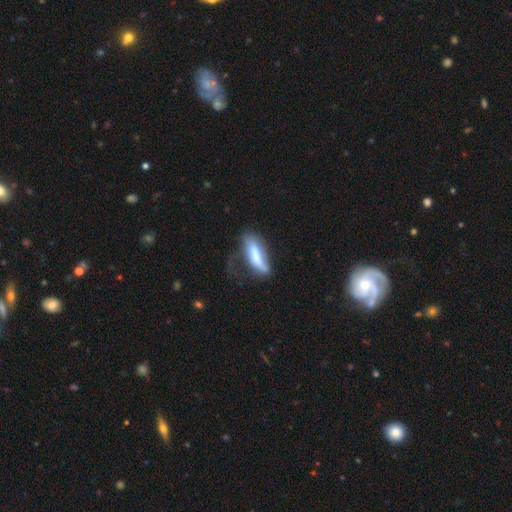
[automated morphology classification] Q: Smooth or featured?
A: smooth (58%); runner-up: featured or disk (35%)
Q: How rounded?
A: cigar-shaped (53%); runner-up: in between (45%)
Q: Merging?
A: none (34%); runner-up: major disturbance (32%)